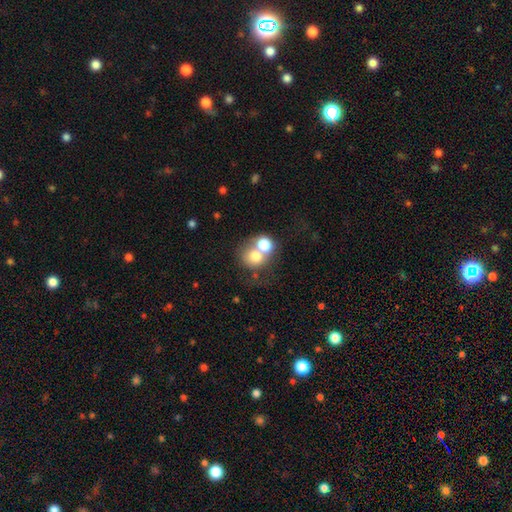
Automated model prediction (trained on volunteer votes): This appears to be a smooth galaxy with no disk features (71%) that is round (75%). Merging: merger (59%).